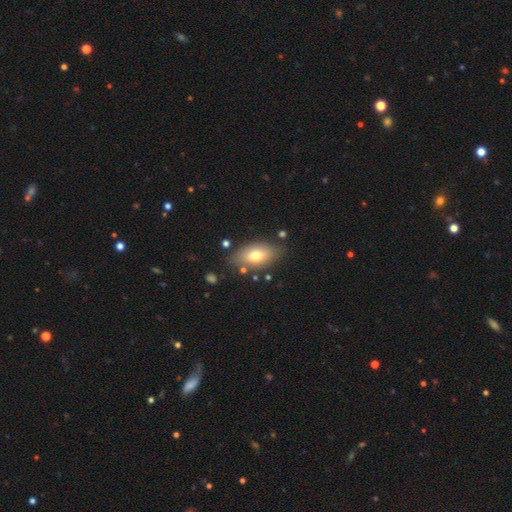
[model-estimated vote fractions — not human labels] A smooth galaxy with no disk features (72%) that is in between round and cigar-shaped (88%). Merging: none (79%).